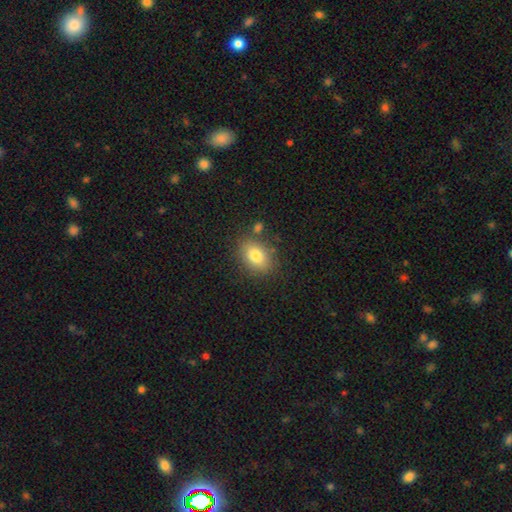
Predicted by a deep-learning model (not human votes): A smooth galaxy with no disk features (81%) that is in between round and cigar-shaped (75%). Merging: none (78%).